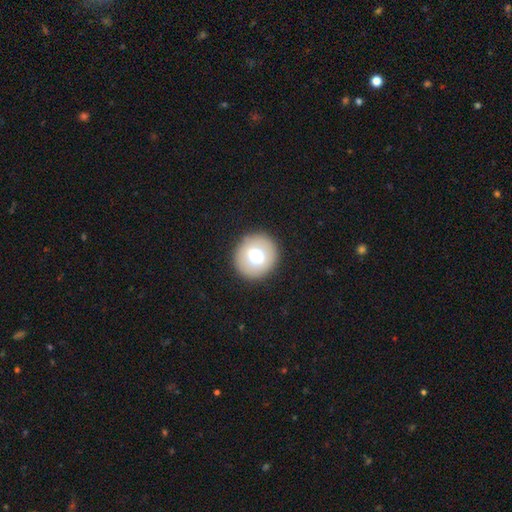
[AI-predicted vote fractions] Smooth or featured?
  - smooth: 69% *
  - featured or disk: 23%
  - star or artifact: 8%
How rounded?
  - round: 90% *
  - in between: 9%
  - cigar-shaped: 1%
Merging?
  - none: 89% *
  - minor disturbance: 7%
  - major disturbance: 3%
  - merger: 1%